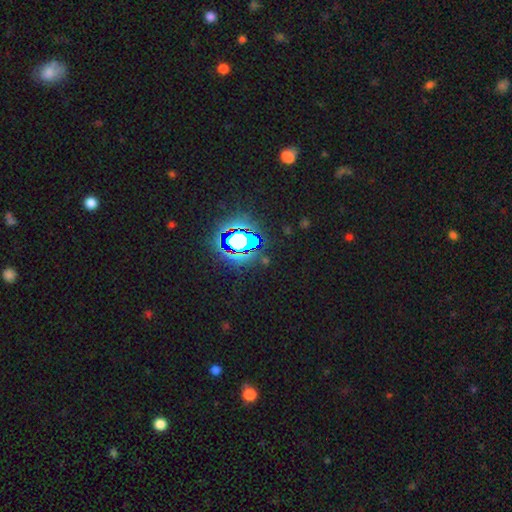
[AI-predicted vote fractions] Smooth or featured? Predicted: star or artifact (p=0.84).